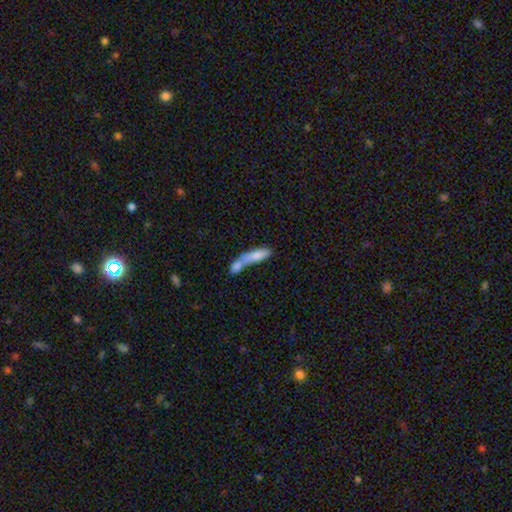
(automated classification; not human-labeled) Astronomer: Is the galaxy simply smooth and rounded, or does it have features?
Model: smooth — 76%.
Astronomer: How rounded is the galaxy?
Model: cigar-shaped — 57% (runner-up: in between, 40%).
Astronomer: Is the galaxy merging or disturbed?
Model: merger — 66%.